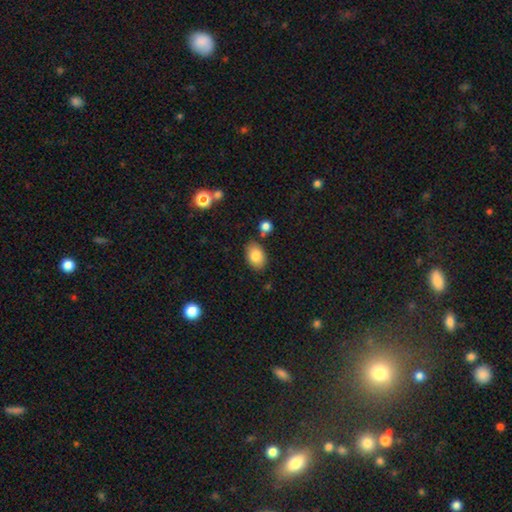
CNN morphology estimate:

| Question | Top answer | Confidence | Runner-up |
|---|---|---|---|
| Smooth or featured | smooth | 83% | featured or disk (9%) |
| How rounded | in between | 82% | round (16%) |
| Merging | none | 79% | minor disturbance (13%) |